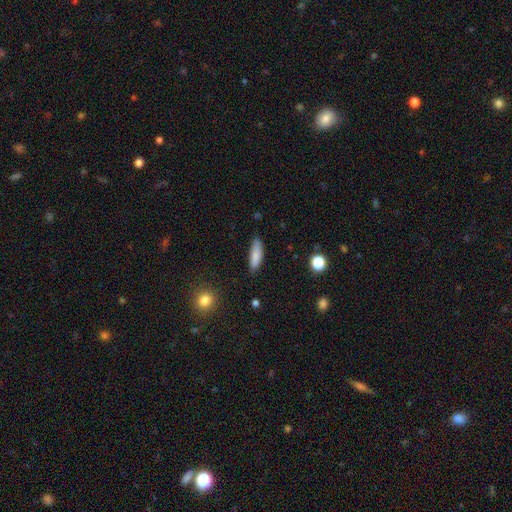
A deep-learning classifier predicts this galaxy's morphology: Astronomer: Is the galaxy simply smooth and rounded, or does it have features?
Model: smooth — 85%.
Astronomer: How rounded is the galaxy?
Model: cigar-shaped — 50% (runner-up: in between, 48%).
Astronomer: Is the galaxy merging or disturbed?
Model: none — 79%.